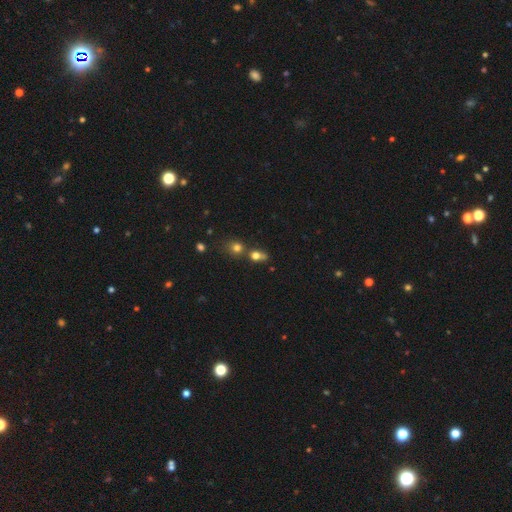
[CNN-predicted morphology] Overall: smooth (71%). How rounded: round (56%; in between 40%). Merging: merger (45%; none 38%).